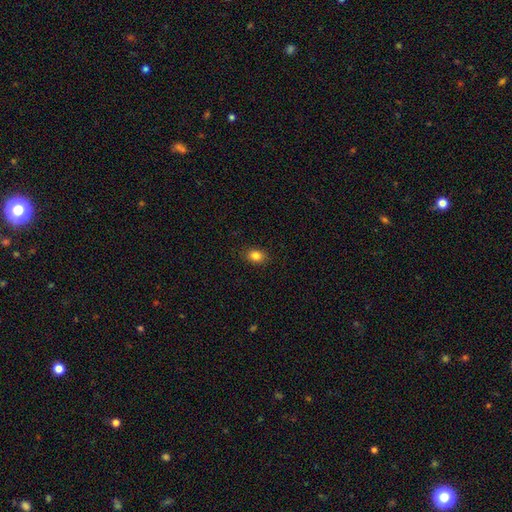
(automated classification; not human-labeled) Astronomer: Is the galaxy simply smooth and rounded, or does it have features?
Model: smooth — 84%.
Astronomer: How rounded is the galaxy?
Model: in between — 66%.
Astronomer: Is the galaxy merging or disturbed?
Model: none — 88%.